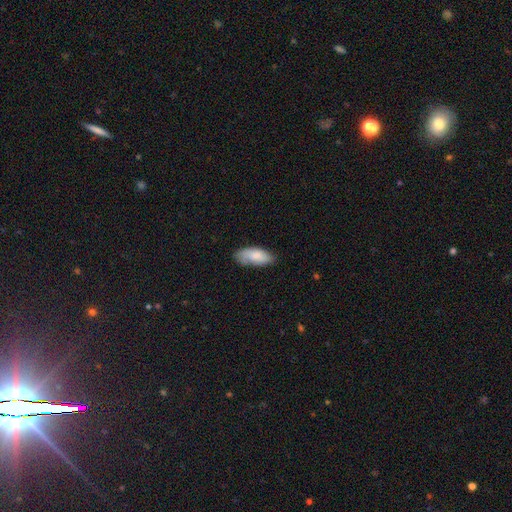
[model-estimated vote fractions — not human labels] A smooth galaxy with no disk features (81%) that is in between round and cigar-shaped (85%). Merging: none (64%).